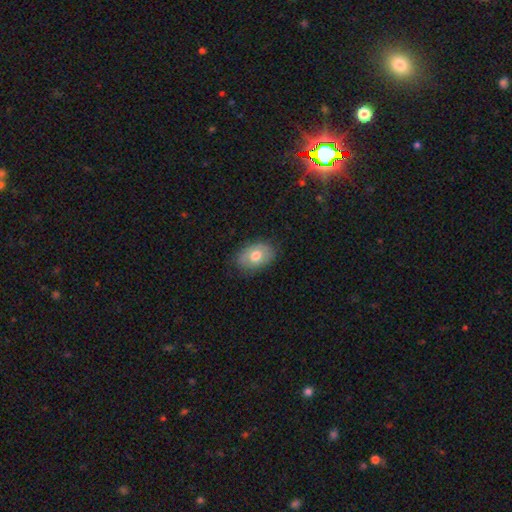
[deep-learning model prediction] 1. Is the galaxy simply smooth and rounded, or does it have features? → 67% smooth, 26% featured or disk, 7% star or artifact.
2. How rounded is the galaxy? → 83% in between, 16% round, 1% cigar-shaped.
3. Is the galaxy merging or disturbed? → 78% none, 17% minor disturbance, 4% major disturbance, 1% merger.